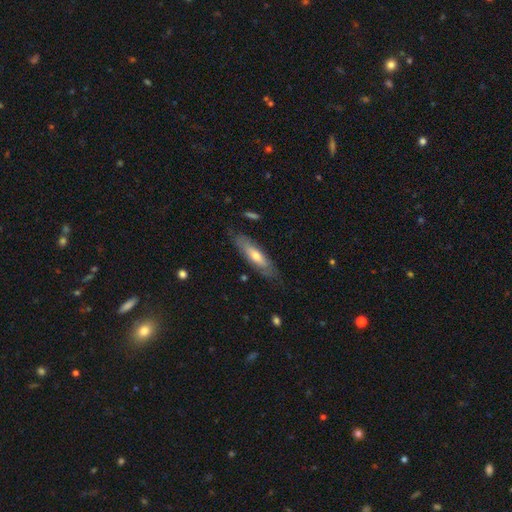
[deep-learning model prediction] Morphology: type=smooth (53%); roundness=cigar-shaped (67%); merging=none (78%).